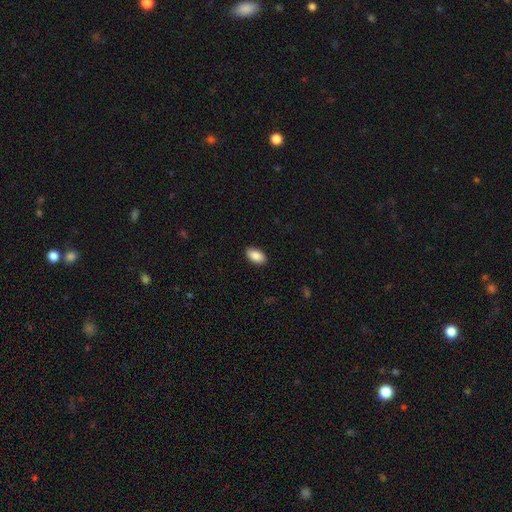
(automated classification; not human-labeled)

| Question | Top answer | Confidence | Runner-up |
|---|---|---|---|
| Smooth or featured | smooth | 88% | star or artifact (7%) |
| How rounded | in between | 94% | round (4%) |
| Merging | none | 90% | minor disturbance (8%) |